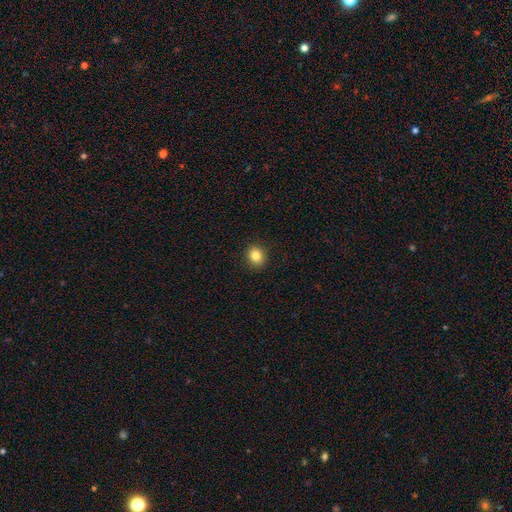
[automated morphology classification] smooth 84%, star or artifact 10%, featured or disk 6%. Down the decision tree: how rounded — round (68%); merging — none (92%).